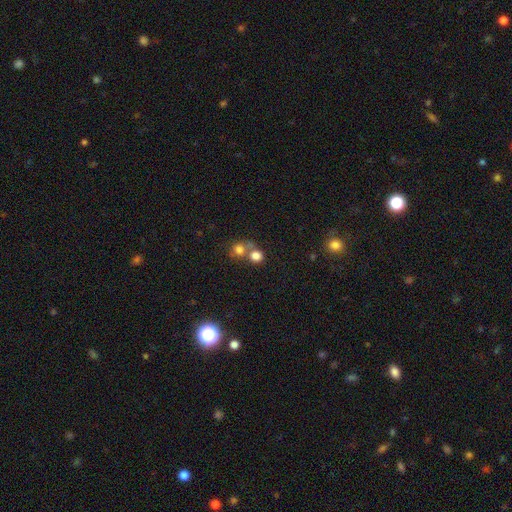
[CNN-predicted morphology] This is likely a smooth galaxy (77%). How rounded: clearly round (84%). Merging: possibly none (46%).